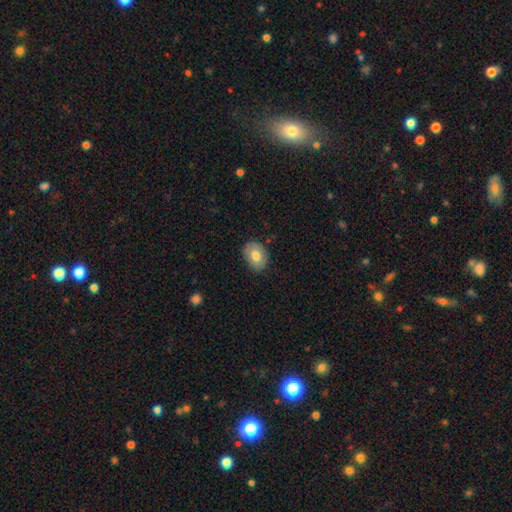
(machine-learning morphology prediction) This is likely a smooth galaxy (73%). How rounded: likely in between (68%). Merging: clearly none (82%).